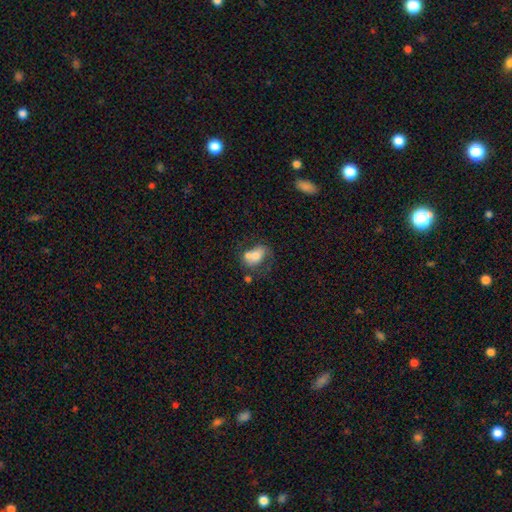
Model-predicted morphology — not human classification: The model was most divided on "merging": merger: 48%, none: 25%, minor disturbance: 14%, major disturbance: 12%. More confident: how rounded — in between (70%); smooth or featured — smooth (57%).